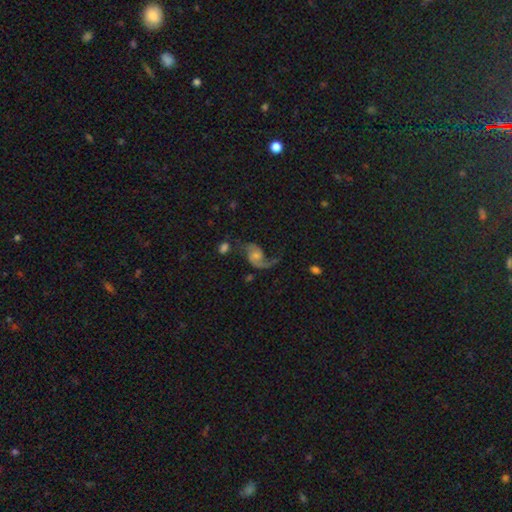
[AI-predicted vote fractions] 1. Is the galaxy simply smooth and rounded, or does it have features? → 82% featured or disk, 10% smooth, 8% star or artifact.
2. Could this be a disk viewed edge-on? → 98% no, 2% yes.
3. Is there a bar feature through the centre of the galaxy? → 66% no, 29% weak, 6% strong.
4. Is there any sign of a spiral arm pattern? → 95% yes, 5% no.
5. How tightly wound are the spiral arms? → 62% loose, 31% medium, 7% tight.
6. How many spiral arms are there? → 79% 2, 16% 1, 2% can't tell, 1% 3, 1% 4, 1% more than 4.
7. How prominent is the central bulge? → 45% small, 41% moderate, 8% none, 5% large, 2% dominant.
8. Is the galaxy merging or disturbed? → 52% none, 22% major disturbance, 19% minor disturbance, 6% merger.